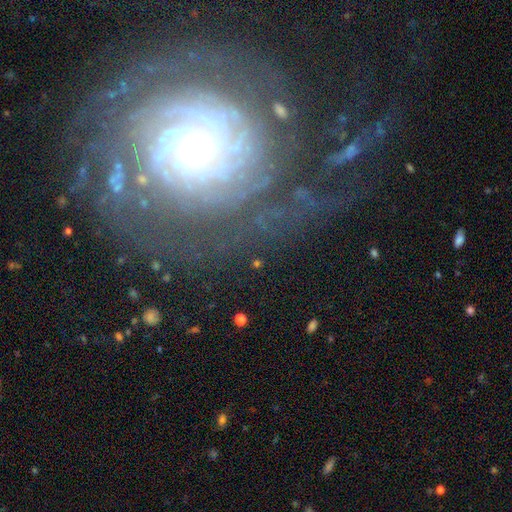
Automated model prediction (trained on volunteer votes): A featured or disk galaxy (86%) with no bar (71%), tight (80%) spiral arms (97%) and a small central bulge (58%). Merging: none (66%).